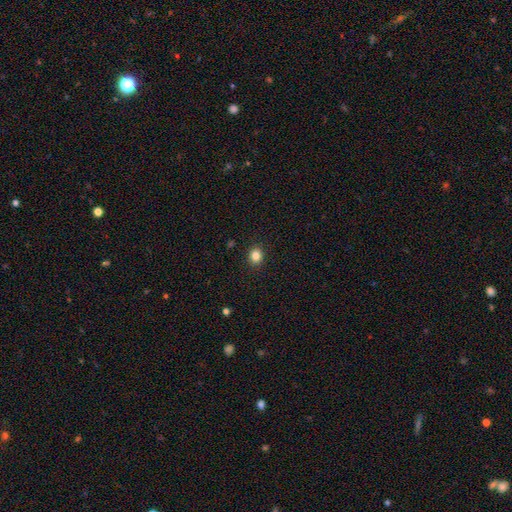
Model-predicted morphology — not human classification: This appears to be a smooth galaxy with no disk features (84%) that is round (71%). Merging: none (91%).